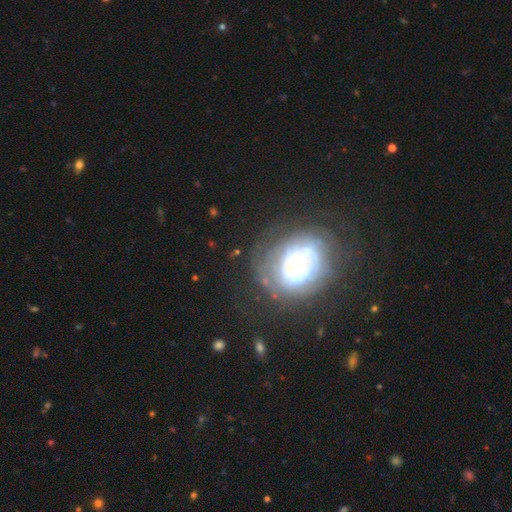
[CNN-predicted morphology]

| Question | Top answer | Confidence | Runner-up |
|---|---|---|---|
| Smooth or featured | featured or disk | 60% | smooth (23%) |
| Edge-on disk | no | 93% | yes (7%) |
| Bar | no | 67% | weak (21%) |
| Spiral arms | yes | 55% | no (45%) |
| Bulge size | moderate | 51% | small (33%) |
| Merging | none | 73% | minor disturbance (14%) |